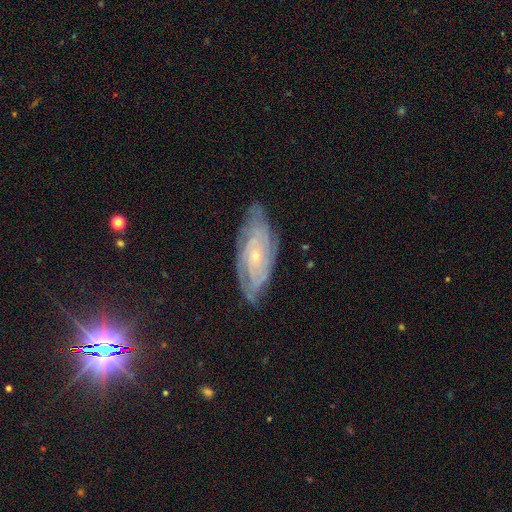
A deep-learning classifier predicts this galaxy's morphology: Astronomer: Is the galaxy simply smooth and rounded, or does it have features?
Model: featured or disk — 81%.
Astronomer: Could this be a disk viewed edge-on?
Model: no — 90%.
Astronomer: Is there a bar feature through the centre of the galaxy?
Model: no — 73%.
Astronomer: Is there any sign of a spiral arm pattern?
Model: yes — 94%.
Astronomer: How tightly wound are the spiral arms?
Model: tight — 74%.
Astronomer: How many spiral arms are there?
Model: can't tell — 43% (runner-up: 2, 19%).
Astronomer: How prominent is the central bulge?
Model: small — 80%.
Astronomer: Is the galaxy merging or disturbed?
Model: none — 75%.